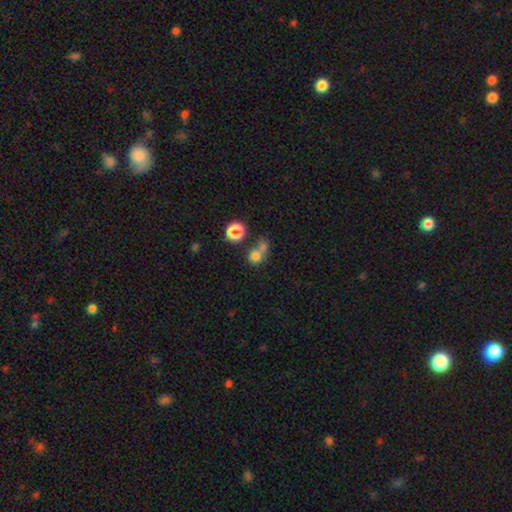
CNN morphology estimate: This appears to be a smooth galaxy with no disk features (76%) that is round (83%). Merging: merger (46%).